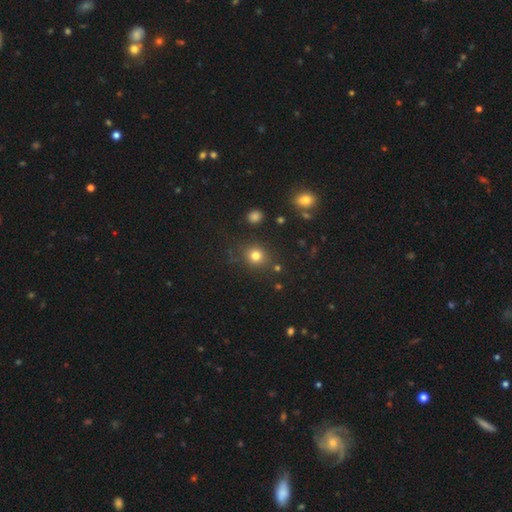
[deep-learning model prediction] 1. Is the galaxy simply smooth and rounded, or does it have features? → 78% smooth, 16% star or artifact, 7% featured or disk.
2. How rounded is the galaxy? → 85% round, 14% in between, 1% cigar-shaped.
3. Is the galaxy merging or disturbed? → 83% none, 9% minor disturbance, 4% major disturbance, 4% merger.